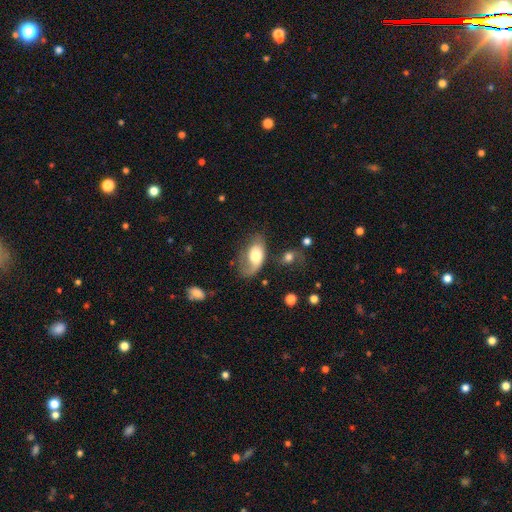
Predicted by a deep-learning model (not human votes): Smooth or featured? Predicted: smooth (p=0.54). How rounded? Predicted: in between (p=0.91). Merging? Predicted: none (p=0.35).